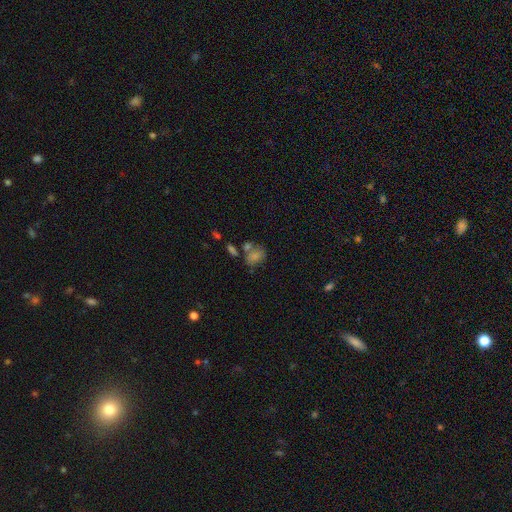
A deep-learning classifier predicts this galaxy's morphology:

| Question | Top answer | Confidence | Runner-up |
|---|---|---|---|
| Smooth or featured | smooth | 59% | star or artifact (21%) |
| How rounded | in between | 55% | round (43%) |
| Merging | none | 50% | merger (23%) |